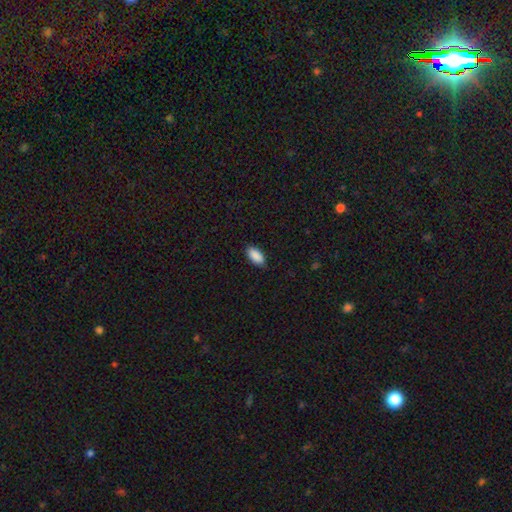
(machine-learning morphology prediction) Smooth or featured? Predicted: smooth (p=0.90). How rounded? Predicted: in between (p=0.93). Merging? Predicted: none (p=0.86).